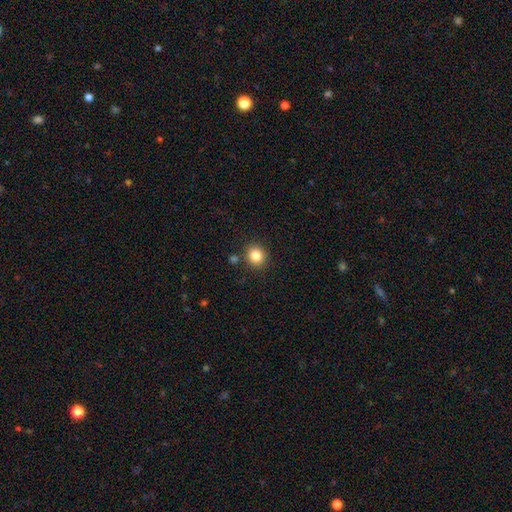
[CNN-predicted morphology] smooth 84%, star or artifact 11%, featured or disk 5%. Down the decision tree: how rounded — round (86%); merging — none (86%).